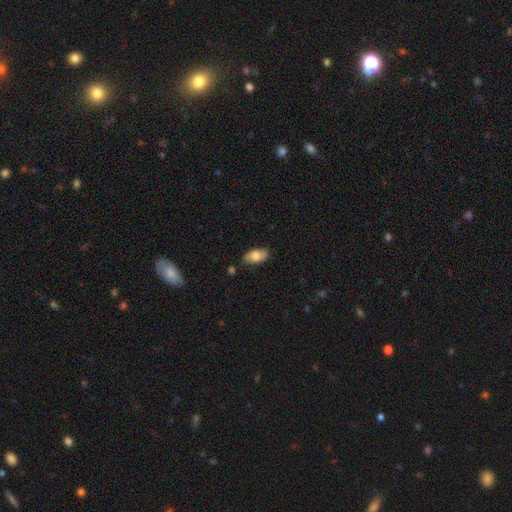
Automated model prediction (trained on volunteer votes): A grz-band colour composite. It shows a smooth galaxy with no disk features (74%) that is in between round and cigar-shaped (92%). Merging: none (76%).